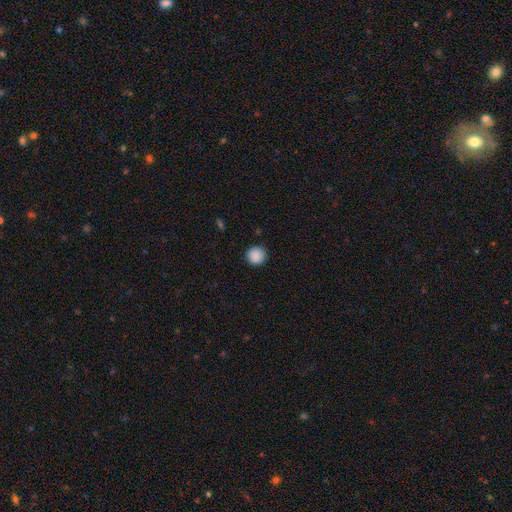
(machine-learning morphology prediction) Smooth or featured: smooth — 89% (star or artifact — 8%)
How rounded: round — 95% (in between — 5%)
Merging: none — 90% (minor disturbance — 7%)